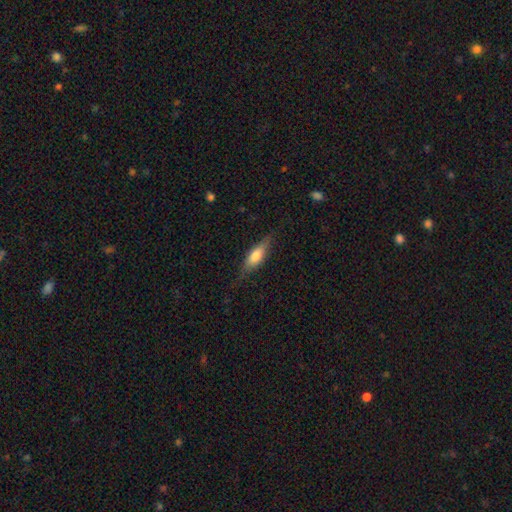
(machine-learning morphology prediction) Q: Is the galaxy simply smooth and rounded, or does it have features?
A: smooth — 60%.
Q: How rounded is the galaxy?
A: in between — 52%.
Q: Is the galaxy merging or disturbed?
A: none — 75%.